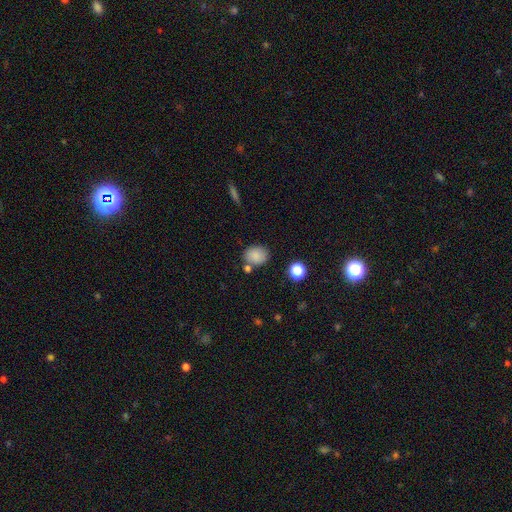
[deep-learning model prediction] Smooth or featured: smooth — 84% (star or artifact — 10%)
How rounded: round — 57% (in between — 42%)
Merging: none — 72% (minor disturbance — 14%)